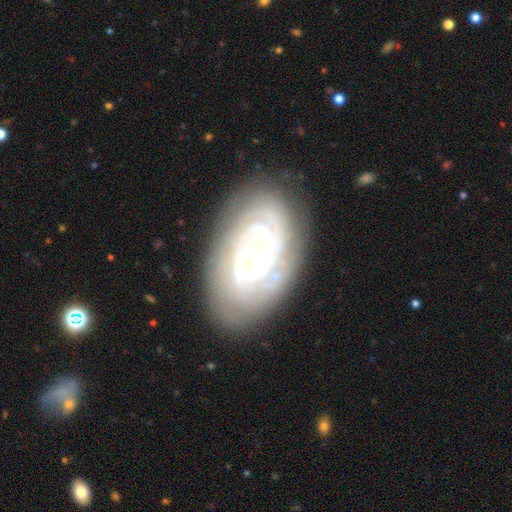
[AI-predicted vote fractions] This is clearly a featured or disk galaxy (86%). It is clearly not viewed edge-on (96%). Bar: likely no (72%). Spiral arm pattern: clearly yes (95%). Spiral arm count: marginally can't tell (33%). Spiral winding: clearly tight (81%). Central bulge: possibly moderate (56%). Merging: clearly none (81%).